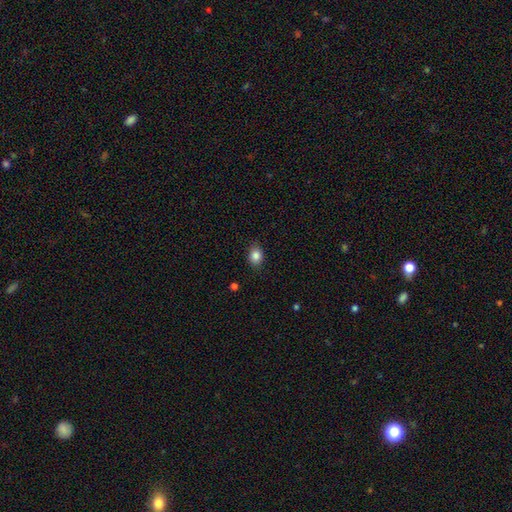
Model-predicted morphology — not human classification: type=smooth (85%); roundness=in between (60%); merging=none (85%).